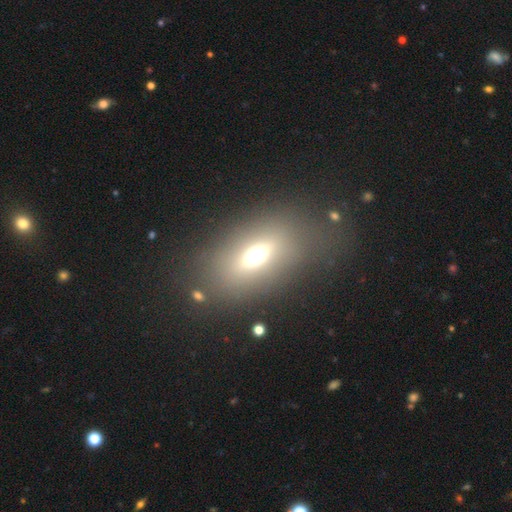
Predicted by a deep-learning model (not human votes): A smooth galaxy with no disk features (61%) that is in between round and cigar-shaped (79%). Merging: none (73%).